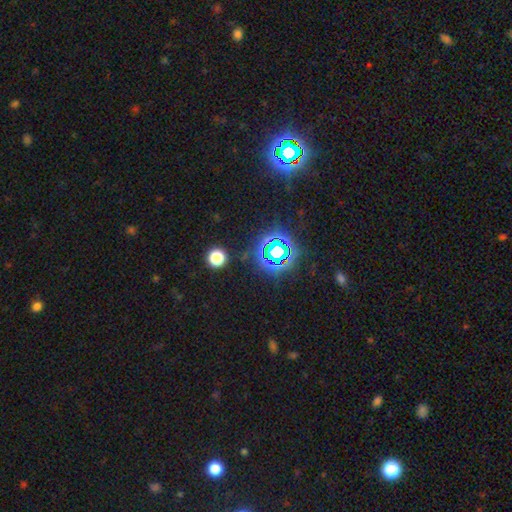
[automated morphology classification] Smooth or featured: star or artifact — 79% (smooth — 14%)